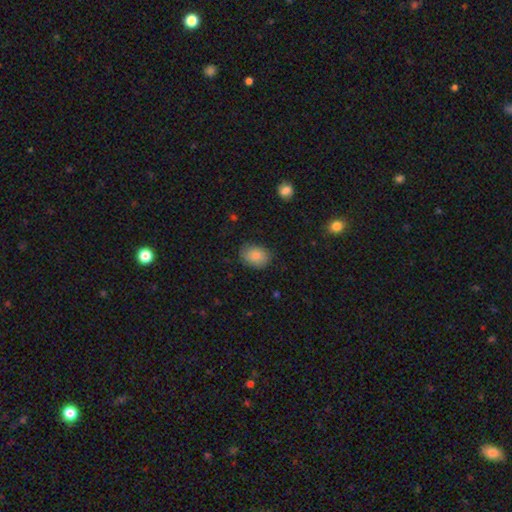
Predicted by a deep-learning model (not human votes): Overall: smooth (85%). How rounded: in between (72%). Merging: none (81%).